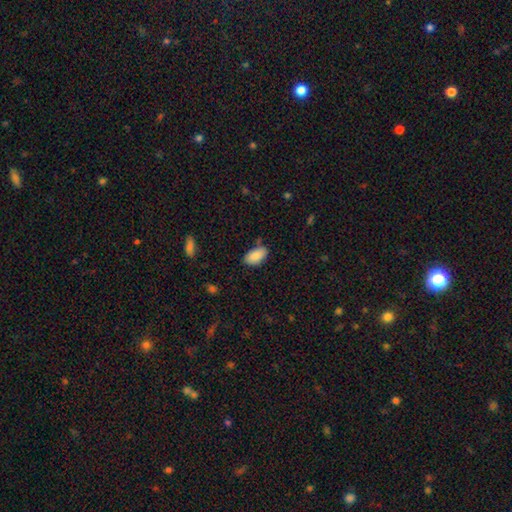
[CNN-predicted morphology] type=smooth (88%); roundness=in between (94%); merging=none (78%).